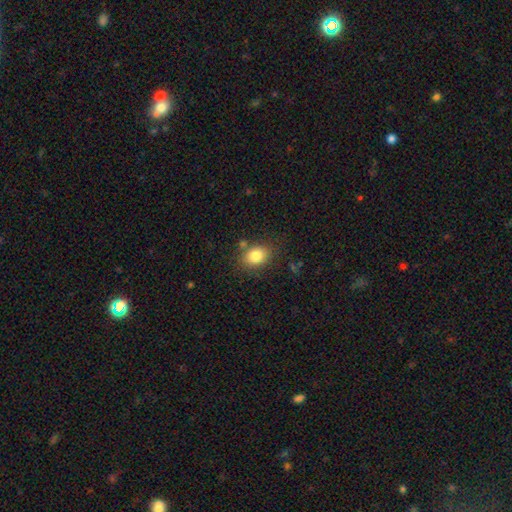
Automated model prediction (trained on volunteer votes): The model was most divided on "how rounded": in between: 64%, round: 35%, cigar-shaped: 1%. More confident: smooth or featured — smooth (83%); merging — none (76%).